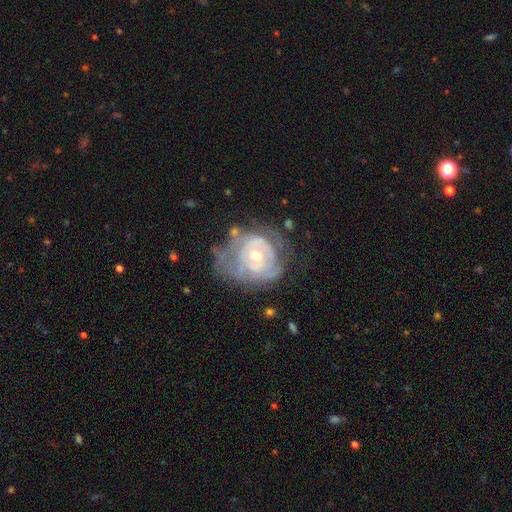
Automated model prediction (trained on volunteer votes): Smooth or featured?
  - featured or disk: 74% *
  - smooth: 18%
  - star or artifact: 7%
Edge-on disk?
  - no: 97% *
  - yes: 3%
Bar?
  - no: 77% *
  - weak: 19%
  - strong: 4%
Spiral arms?
  - yes: 66% *
  - no: 34%
Bulge size?
  - moderate: 55% *
  - small: 39%
  - large: 3%
  - none: 1%
  - dominant: 1%
Merging?
  - none: 42% *
  - minor disturbance: 27%
  - major disturbance: 27%
  - merger: 4%